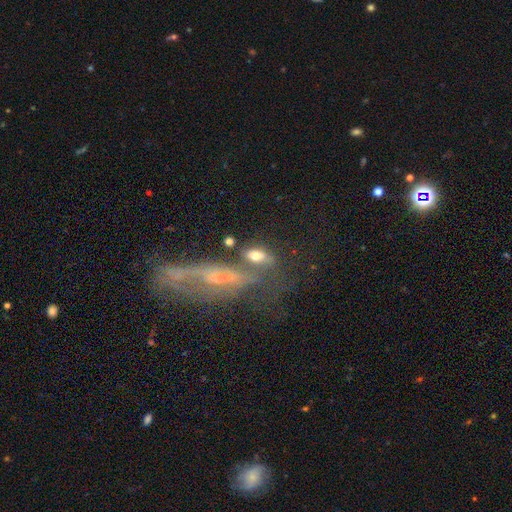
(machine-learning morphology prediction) Smooth or featured? smooth (61%)
How rounded? in between (79%)
Merging? none (47%)